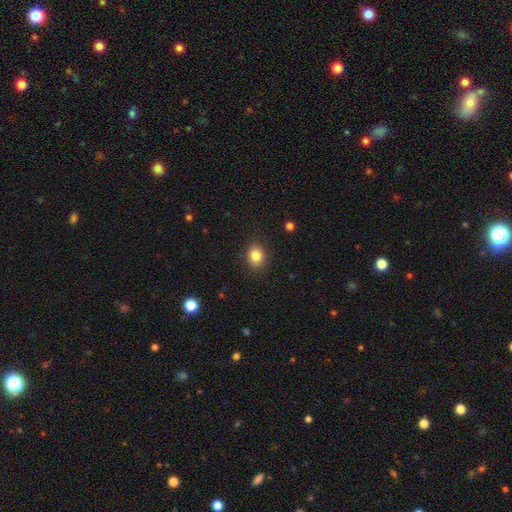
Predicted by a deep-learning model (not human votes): A smooth galaxy with no disk features (84%) that is round (61%). Merging: none (87%).